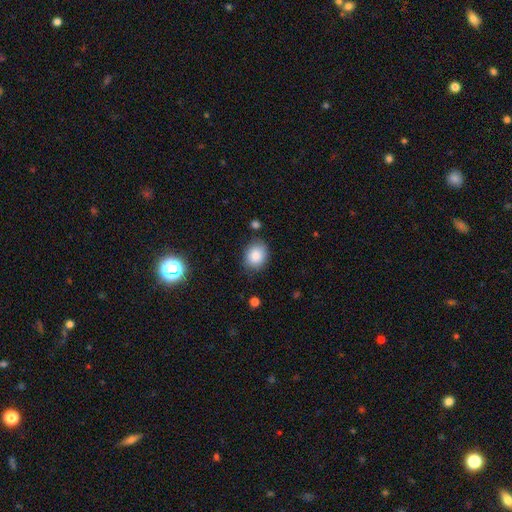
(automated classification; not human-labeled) This appears to be a smooth galaxy with no disk features (85%) that is round (53%). Merging: none (79%).